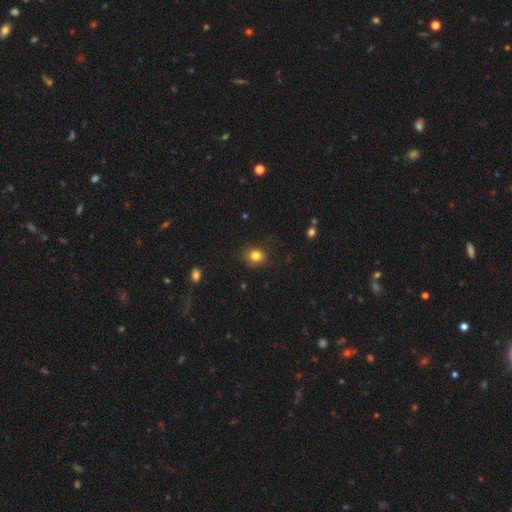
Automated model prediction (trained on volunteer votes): A smooth galaxy with no disk features (81%) that is round (67%). Merging: none (76%).